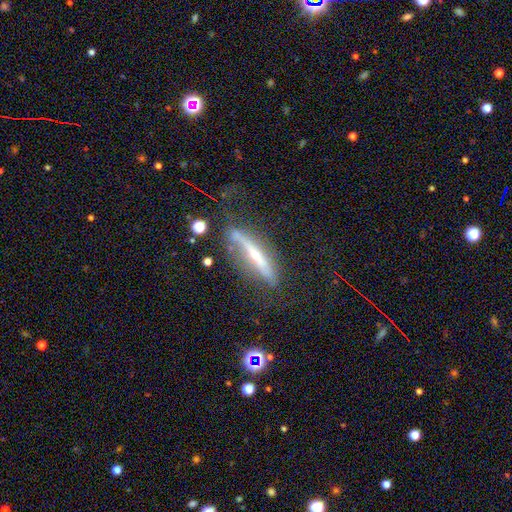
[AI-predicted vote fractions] A featured or disk galaxy (68%) viewed edge-on (80%) with a rounded central bulge (62%). Merging: none (53%).